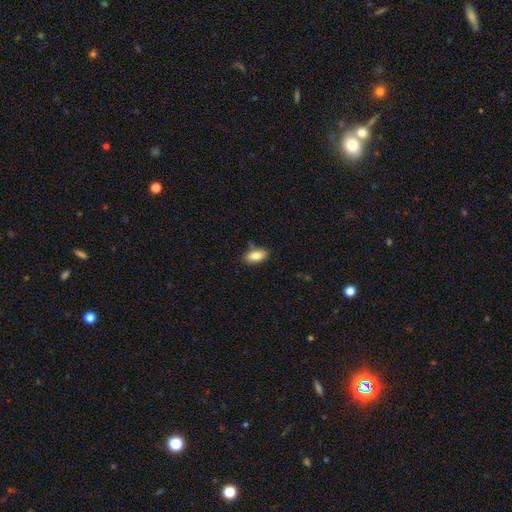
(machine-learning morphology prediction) This is clearly a smooth galaxy (85%). How rounded: clearly in between (90%). Merging: likely none (79%).